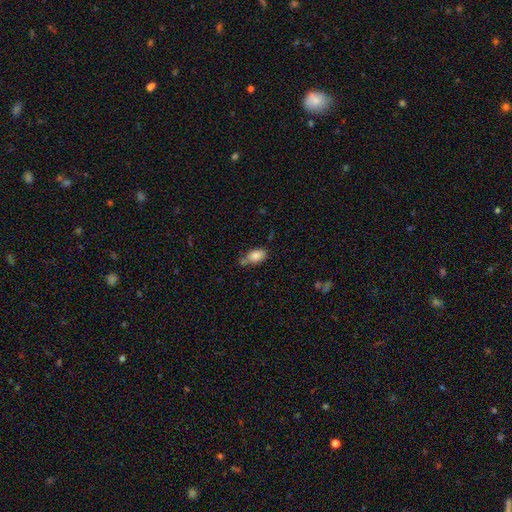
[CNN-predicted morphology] Smooth or featured? smooth (83%)
How rounded? in between (90%)
Merging? none (53%)